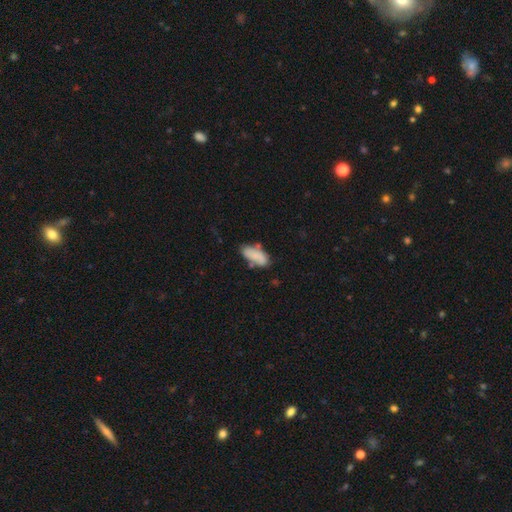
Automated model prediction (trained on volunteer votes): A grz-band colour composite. It shows a smooth galaxy with no disk features (80%) that is in between round and cigar-shaped (84%). Merging: none (56%).